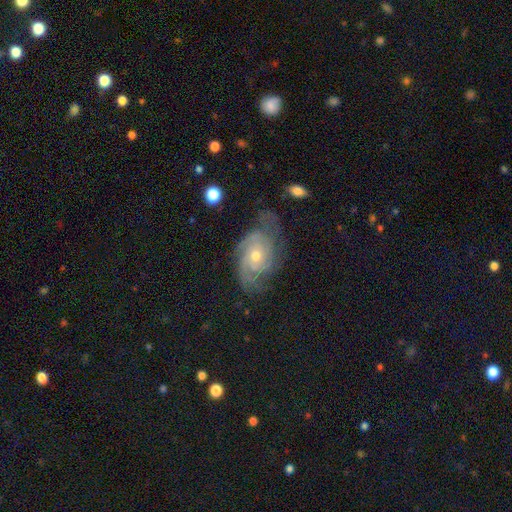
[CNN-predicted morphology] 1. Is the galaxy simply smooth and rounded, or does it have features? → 86% featured or disk, 8% smooth, 6% star or artifact.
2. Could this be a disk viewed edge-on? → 97% no, 3% yes.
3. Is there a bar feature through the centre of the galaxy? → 77% no, 20% weak, 3% strong.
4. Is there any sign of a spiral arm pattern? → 96% yes, 4% no.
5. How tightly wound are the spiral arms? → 60% tight, 32% medium, 8% loose.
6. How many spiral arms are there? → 31% 3, 24% can't tell, 20% 2, 14% 4, 6% more than 4, 6% 1.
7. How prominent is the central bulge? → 51% moderate, 46% small, 2% large, 1% none, 1% dominant.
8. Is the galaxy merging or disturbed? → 63% none, 23% minor disturbance, 12% major disturbance, 2% merger.